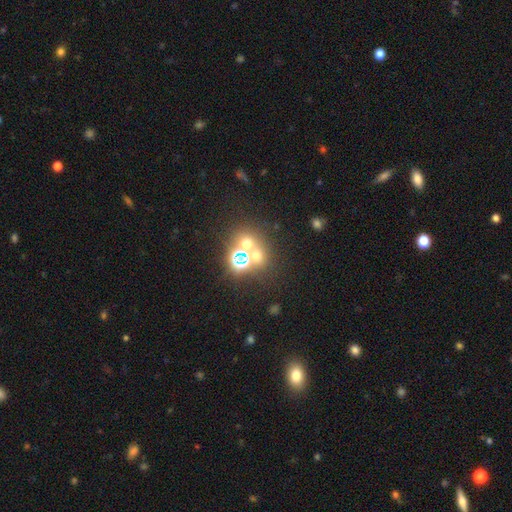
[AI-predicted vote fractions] A smooth galaxy with no disk features (46%). Merging: none (54%).